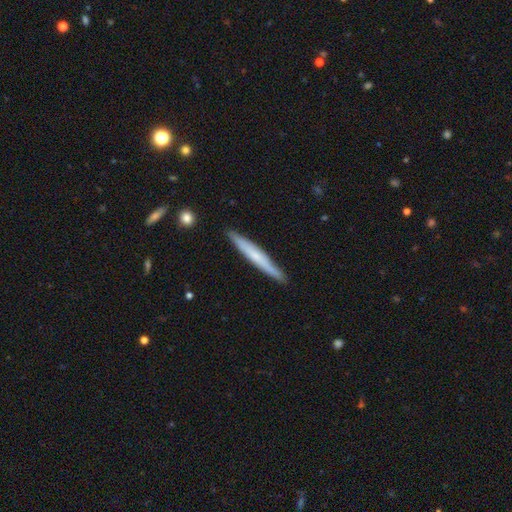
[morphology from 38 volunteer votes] Smooth or featured? 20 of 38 (53%) said smooth. How rounded? 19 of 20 (95%) said cigar-shaped. Merging? 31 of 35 (89%) said none.